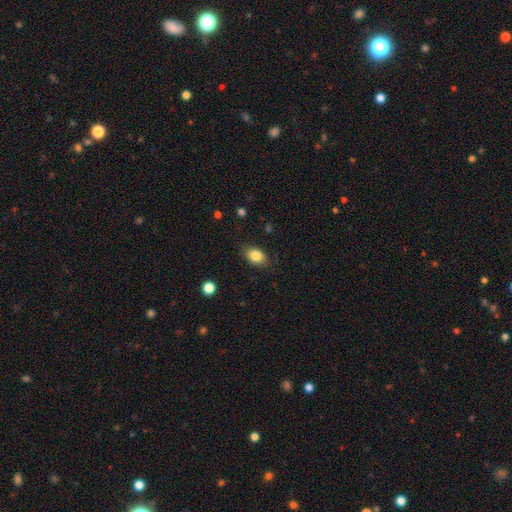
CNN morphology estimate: Smooth or featured: smooth — 84% (star or artifact — 9%)
How rounded: in between — 77% (round — 21%)
Merging: none — 82% (minor disturbance — 14%)